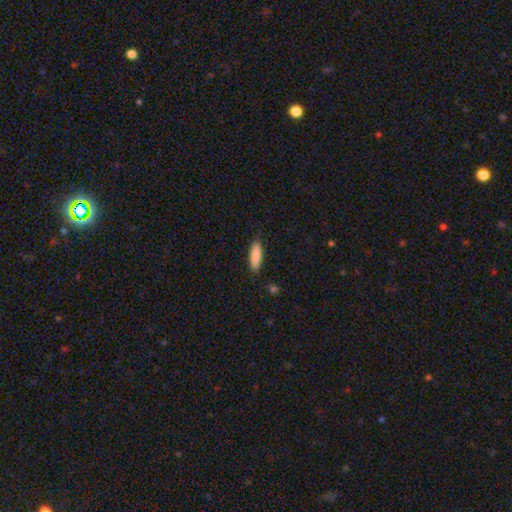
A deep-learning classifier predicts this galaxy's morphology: type=smooth (86%); roundness=cigar-shaped (54%); merging=none (85%).